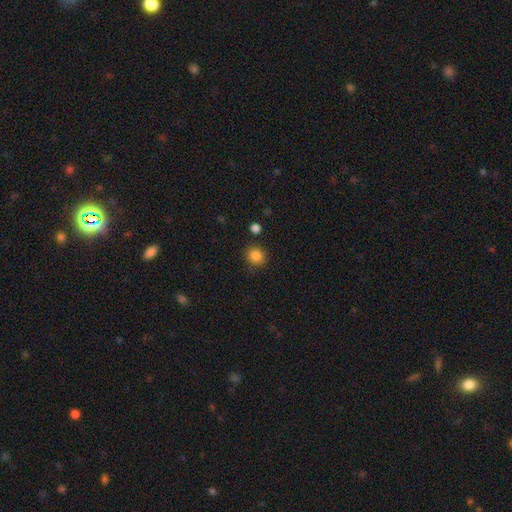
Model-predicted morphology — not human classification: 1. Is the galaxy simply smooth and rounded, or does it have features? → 85% smooth, 11% star or artifact, 4% featured or disk.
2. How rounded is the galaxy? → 90% round, 10% in between, 1% cigar-shaped.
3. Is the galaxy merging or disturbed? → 84% none, 9% minor disturbance, 3% merger, 3% major disturbance.